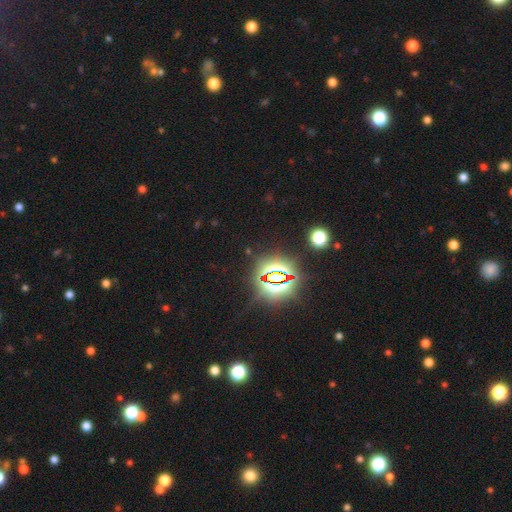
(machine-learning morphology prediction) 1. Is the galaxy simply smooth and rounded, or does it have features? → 84% star or artifact, 9% smooth, 7% featured or disk.